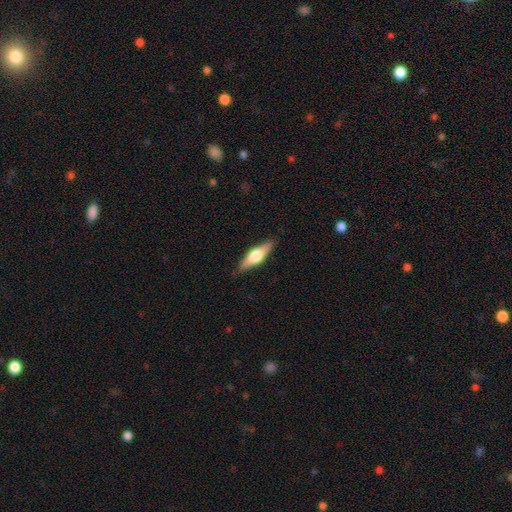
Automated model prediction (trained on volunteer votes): smooth-or-featured: featured or disk: 50% | smooth: 44% | star or artifact: 6%
  disk-edge-on: yes: 93% | no: 7%
  merging: none: 88% | minor disturbance: 10% | major disturbance: 2% | merger: 1%